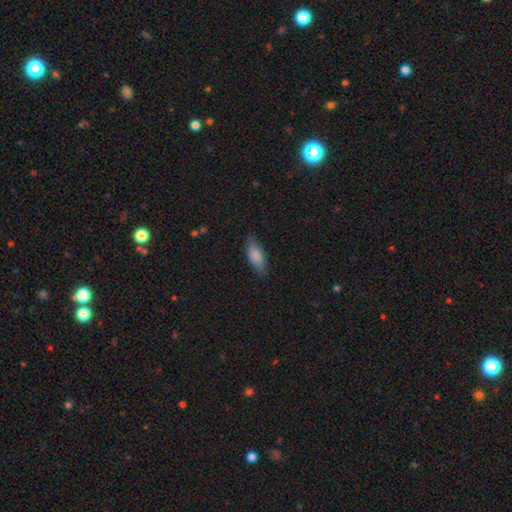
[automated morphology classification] A smooth galaxy with no disk features (85%) that is in between round and cigar-shaped (81%).

Vote fractions:
- Smooth or featured? smooth: 85% / featured or disk: 8% / star or artifact: 6%
- How rounded? in between: 81% / cigar-shaped: 17% / round: 2%
- Merging? none: 80% / minor disturbance: 16% / major disturbance: 3% / merger: 1%